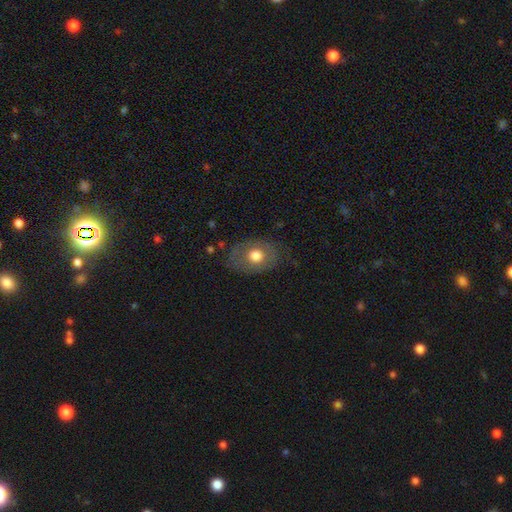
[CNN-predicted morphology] Smooth or featured?
  - smooth: 62% *
  - featured or disk: 31%
  - star or artifact: 7%
How rounded?
  - in between: 68% *
  - round: 31%
  - cigar-shaped: 1%
Merging?
  - none: 72% *
  - minor disturbance: 18%
  - major disturbance: 9%
  - merger: 1%